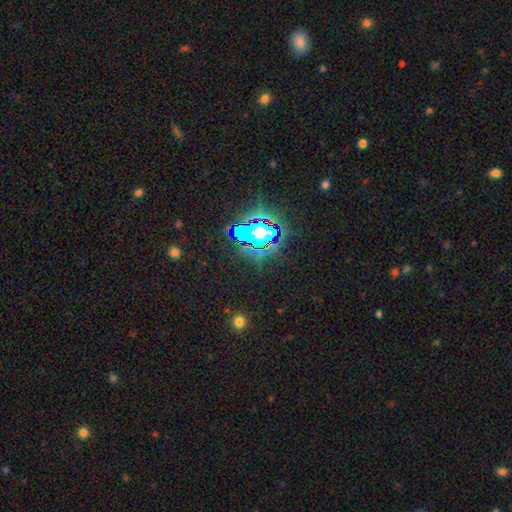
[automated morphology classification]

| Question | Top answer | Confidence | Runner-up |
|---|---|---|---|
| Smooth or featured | star or artifact | 77% | smooth (13%) |